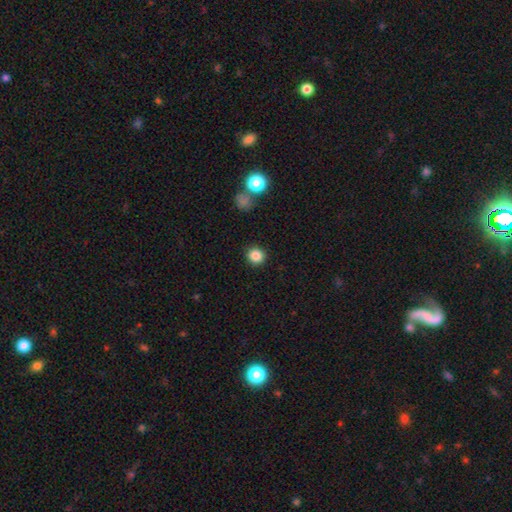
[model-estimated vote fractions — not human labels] This is clearly a smooth galaxy (86%). How rounded: clearly round (91%). Merging: clearly none (91%).